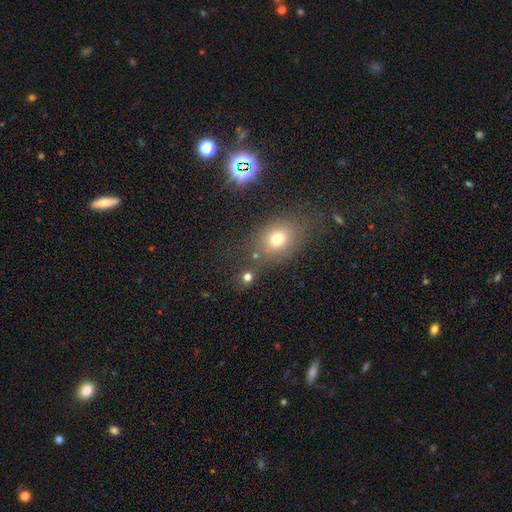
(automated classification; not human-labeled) Q: Smooth or featured?
A: smooth (62%); runner-up: star or artifact (25%)
Q: How rounded?
A: round (50%); runner-up: in between (49%)
Q: Merging?
A: none (72%); runner-up: minor disturbance (14%)